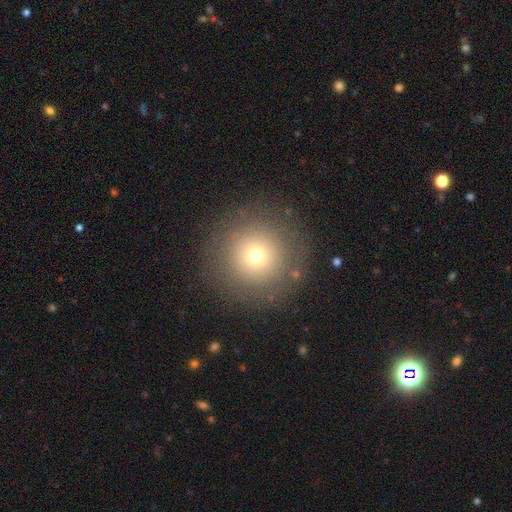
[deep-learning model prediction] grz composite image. It shows a smooth galaxy with no disk features (69%) that is round (97%). Merging: none (88%).